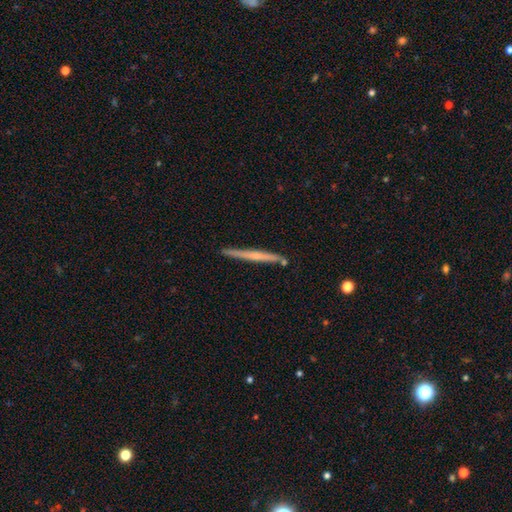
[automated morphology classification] smooth_or_featured: featured or disk (p=0.57) [alt: smooth p=0.38]
disk_edge_on: yes (p=0.98) [alt: no p=0.02]
edge_on_bulge: none (p=0.58) [alt: rounded p=0.35]
merging: none (p=0.88) [alt: minor disturbance p=0.08]